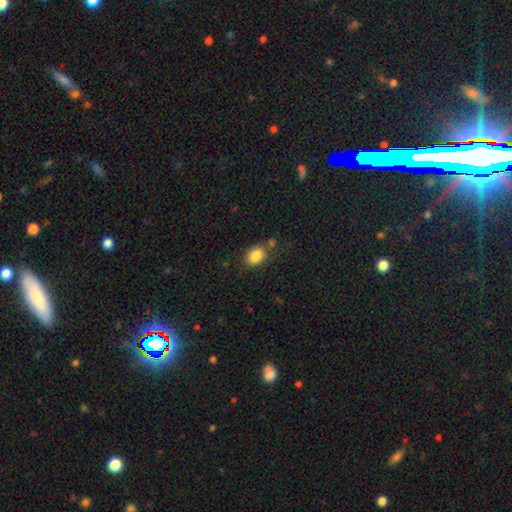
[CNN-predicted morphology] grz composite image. It shows a smooth galaxy with no disk features (85%) that is in between round and cigar-shaped (75%). Merging: none (64%).